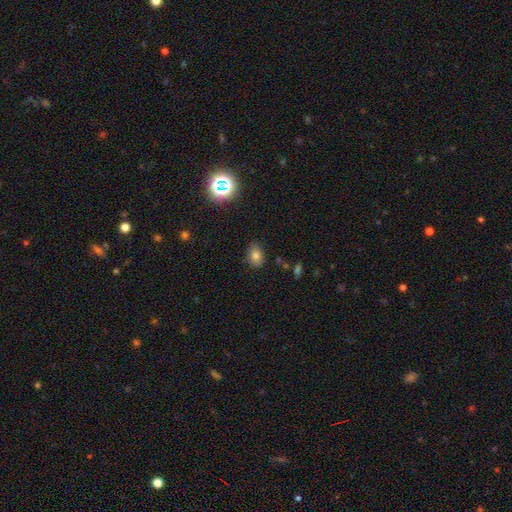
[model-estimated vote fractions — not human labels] Q: Smooth or featured?
A: smooth (77%); runner-up: star or artifact (14%)
Q: How rounded?
A: in between (76%); runner-up: round (22%)
Q: Merging?
A: none (80%); runner-up: minor disturbance (15%)